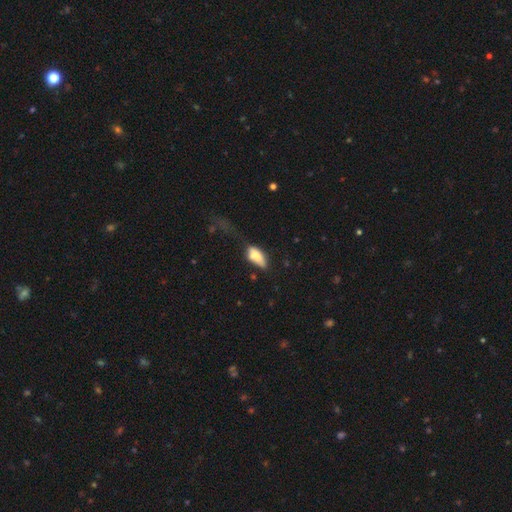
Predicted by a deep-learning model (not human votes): Smooth or featured? smooth (77%)
How rounded? in between (86%)
Merging? minor disturbance (32%)